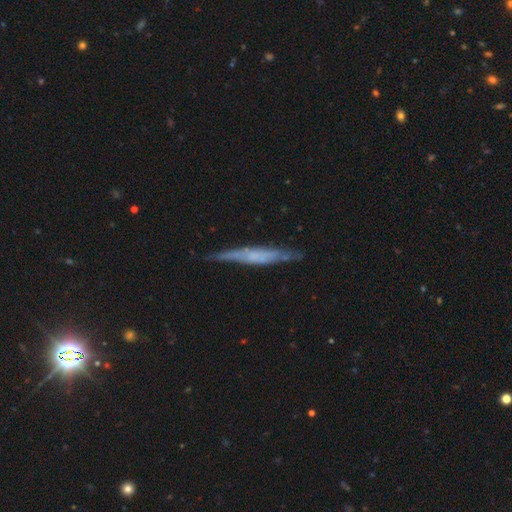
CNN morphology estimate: Smooth or featured? Predicted: featured or disk (p=0.61). Edge-on disk? Predicted: yes (p=0.90). Edge-on bulge? Predicted: none (p=0.50). Merging? Predicted: none (p=0.77).